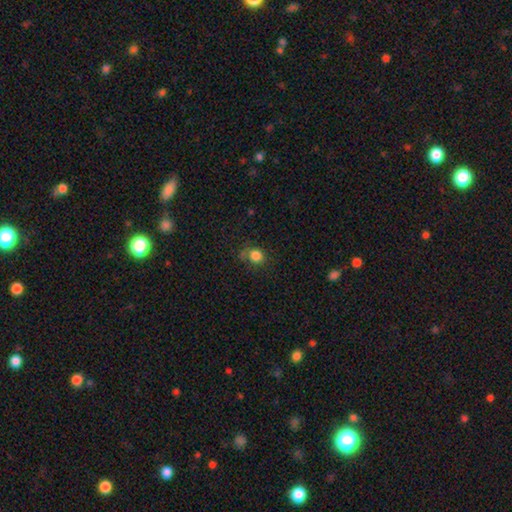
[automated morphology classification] smooth 82%, star or artifact 12%, featured or disk 6%. Down the decision tree: how rounded — round (81%); merging — none (67%).